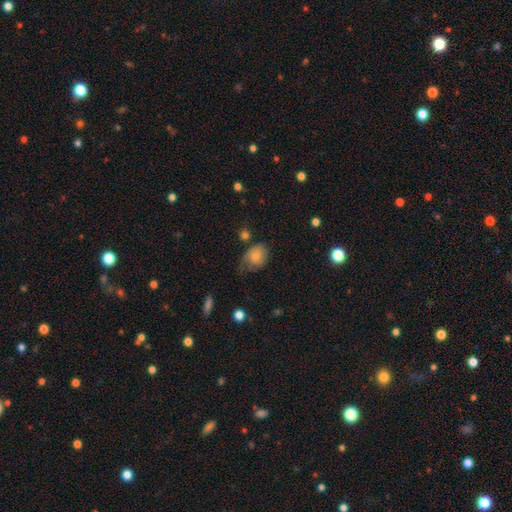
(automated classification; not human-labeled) Overall: smooth (71%). How rounded: in between (55%; round 44%). Merging: none (38%; minor disturbance 36%).